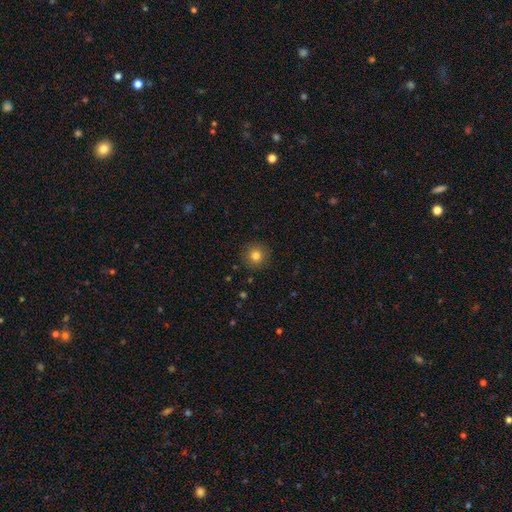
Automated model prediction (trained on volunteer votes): A smooth galaxy with no disk features (80%) that is round (95%).

Vote fractions:
- Smooth or featured? smooth: 80% / star or artifact: 12% / featured or disk: 8%
- How rounded? round: 95% / in between: 4% / cigar-shaped: 1%
- Merging? none: 90% / minor disturbance: 6% / major disturbance: 2% / merger: 1%